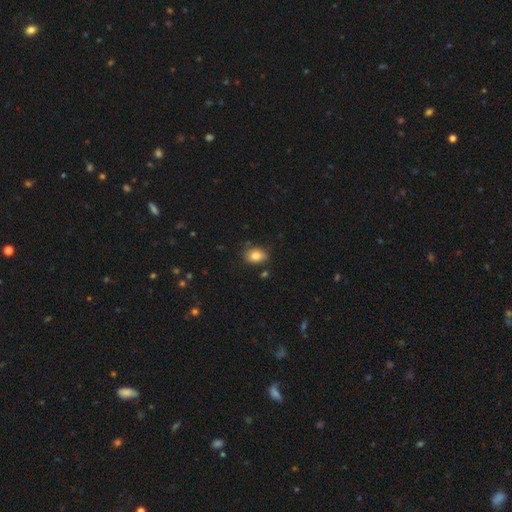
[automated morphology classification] This is clearly a smooth galaxy (83%). How rounded: likely in between (71%). Merging: likely none (78%).